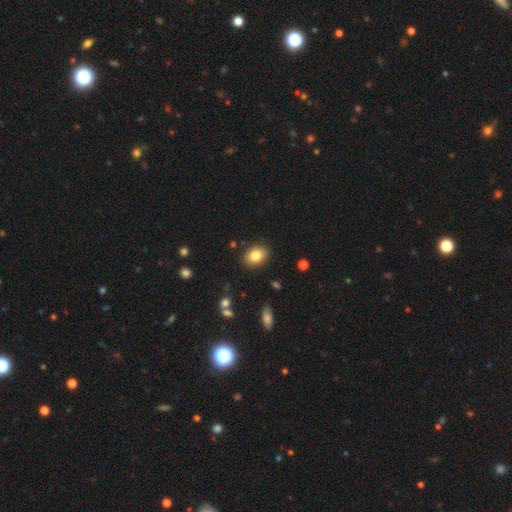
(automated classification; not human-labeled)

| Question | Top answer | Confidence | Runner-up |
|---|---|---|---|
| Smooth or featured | smooth | 82% | featured or disk (9%) |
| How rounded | in between | 76% | round (23%) |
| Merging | none | 87% | minor disturbance (9%) |